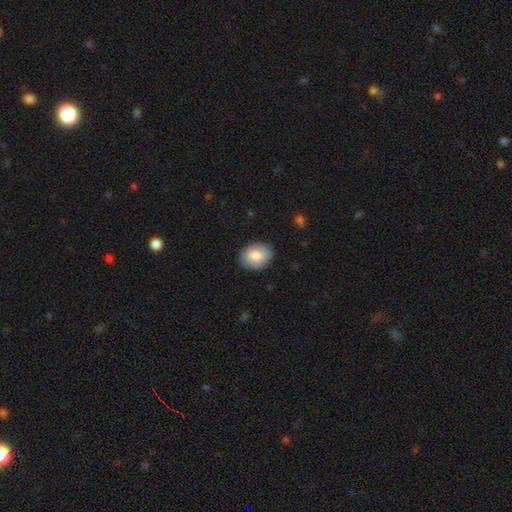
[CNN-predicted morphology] This appears to be a smooth galaxy with no disk features (76%) that is in between round and cigar-shaped (62%). Merging: none (83%).